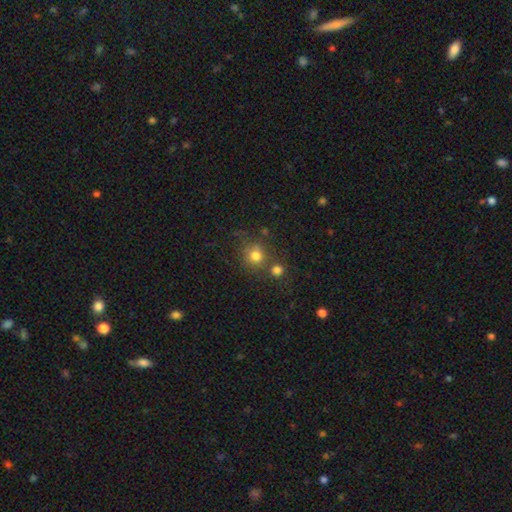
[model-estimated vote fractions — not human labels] Morphology: type=smooth (76%); roundness=round (86%); merging=none (60%).